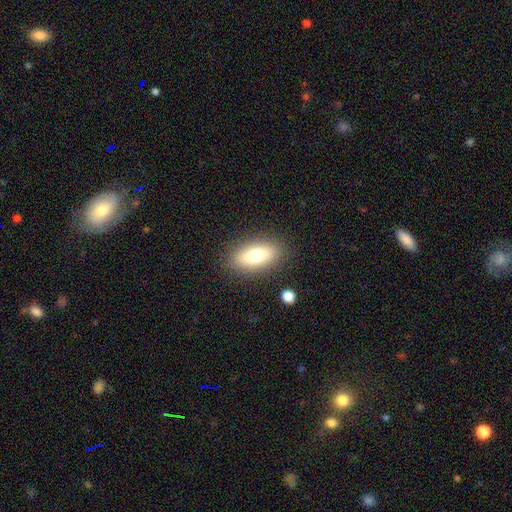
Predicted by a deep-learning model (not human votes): This appears to be a smooth galaxy with no disk features (74%) that is in between round and cigar-shaped (85%). Merging: none (85%).